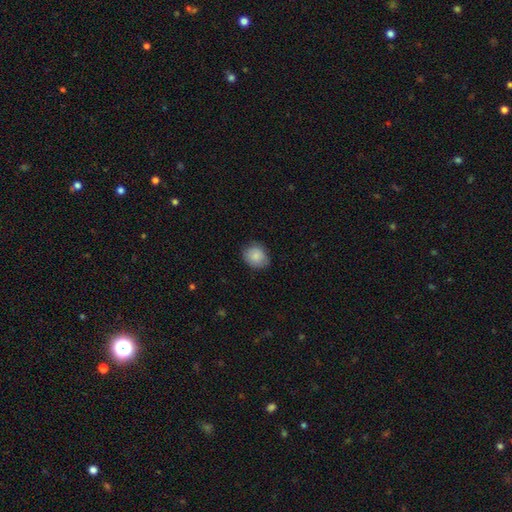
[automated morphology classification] This is clearly a smooth galaxy (86%). How rounded: likely round (65%). Merging: likely none (77%).